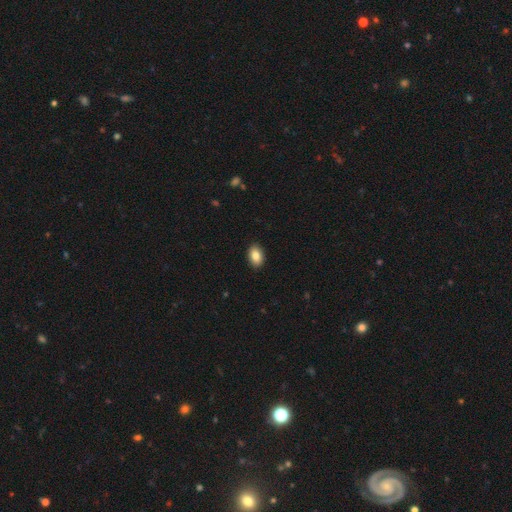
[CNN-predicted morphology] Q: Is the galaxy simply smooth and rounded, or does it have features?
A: smooth — 86%.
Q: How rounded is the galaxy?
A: in between — 87%.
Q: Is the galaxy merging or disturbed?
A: none — 91%.